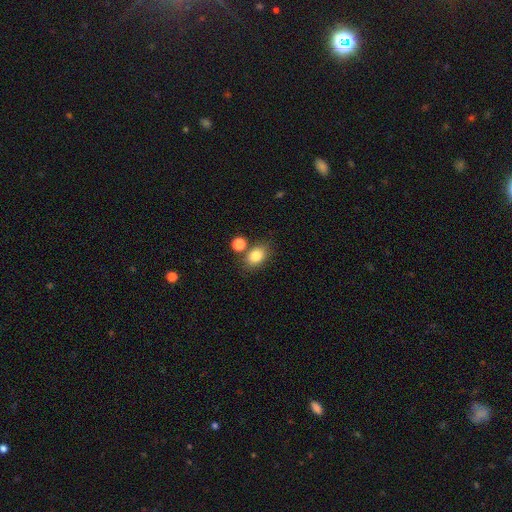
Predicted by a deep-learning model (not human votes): Morphology: type=smooth (83%); roundness=in between (69%); merging=none (70%).